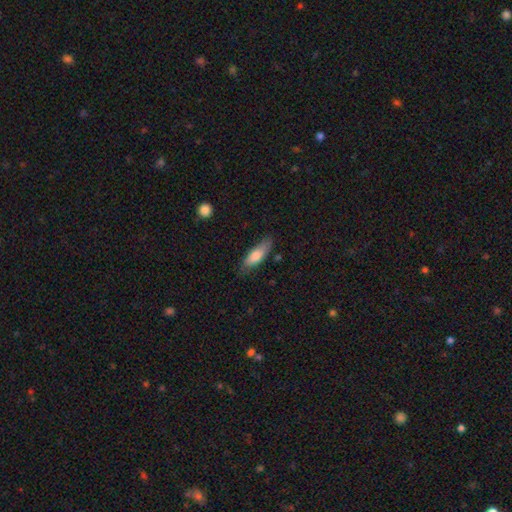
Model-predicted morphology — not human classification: Overall: smooth (75%). How rounded: in between (52%; cigar-shaped 46%). Merging: none (75%).